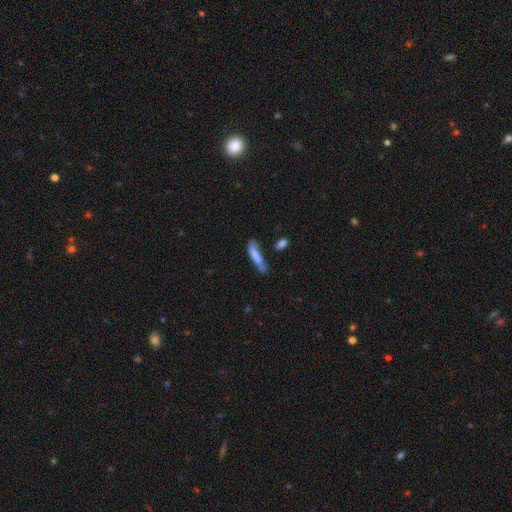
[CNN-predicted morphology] smooth-or-featured: smooth: 75% | featured or disk: 18% | star or artifact: 7%
  how-rounded: cigar-shaped: 84% | in between: 15% | round: 2%
  merging: none: 50% | minor disturbance: 27% | major disturbance: 12% | merger: 11%